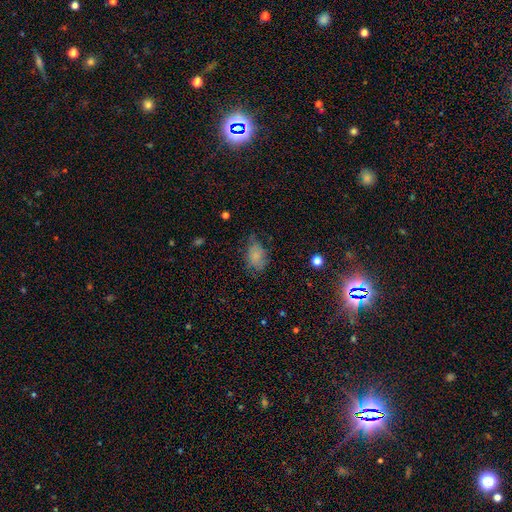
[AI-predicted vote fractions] Q: Smooth or featured?
A: smooth (73%); runner-up: featured or disk (16%)
Q: How rounded?
A: in between (85%); runner-up: round (13%)
Q: Merging?
A: none (55%); runner-up: minor disturbance (31%)